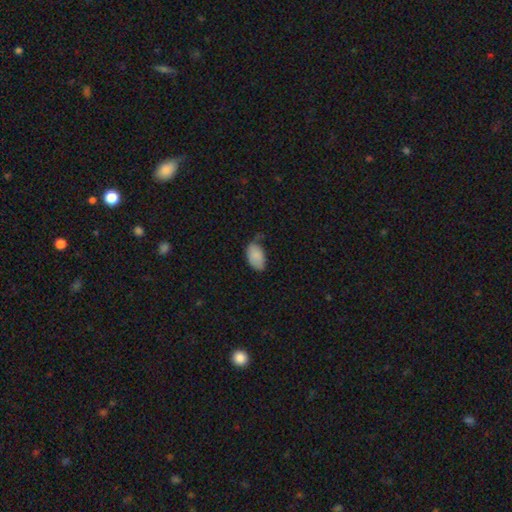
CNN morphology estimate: Overall: smooth (87%). How rounded: in between (94%). Merging: none (50%; minor disturbance 38%).